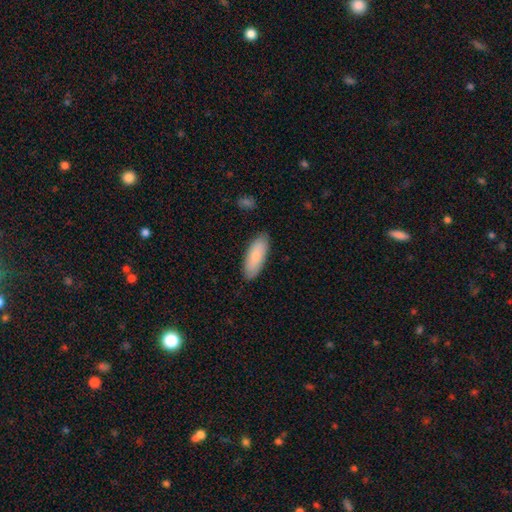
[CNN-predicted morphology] The model was most divided on "how rounded": in between: 75%, cigar-shaped: 23%, round: 2%. More confident: merging — none (86%); smooth or featured — smooth (82%).